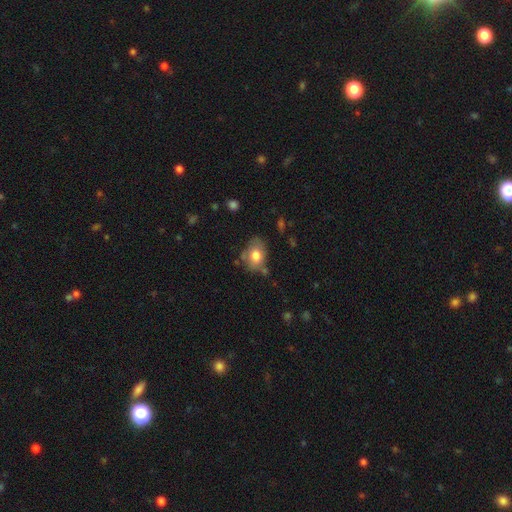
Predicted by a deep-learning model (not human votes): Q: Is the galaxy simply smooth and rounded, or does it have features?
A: smooth — 75%.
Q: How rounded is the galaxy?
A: in between — 67%.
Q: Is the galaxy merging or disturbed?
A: none — 56%.